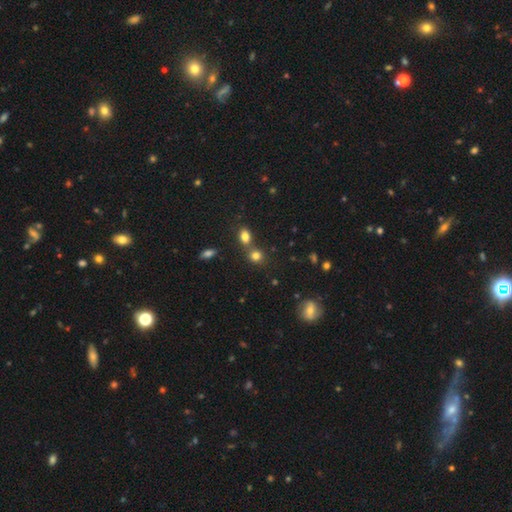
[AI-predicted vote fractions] This is likely a smooth galaxy (77%). How rounded: likely round (74%). Merging: possibly none (59%).